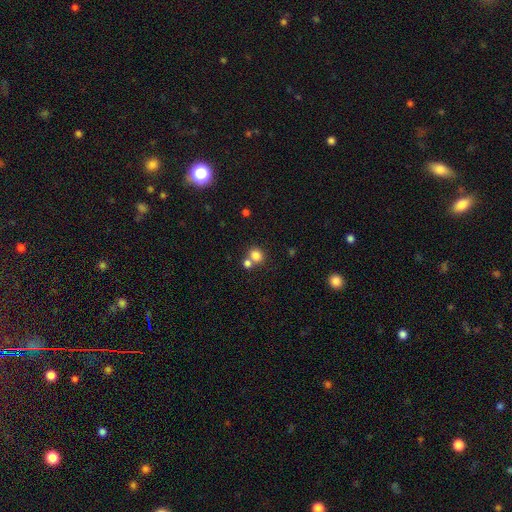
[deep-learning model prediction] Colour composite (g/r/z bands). It shows a smooth galaxy with no disk features (81%) that is round (64%). Merging: none (51%).